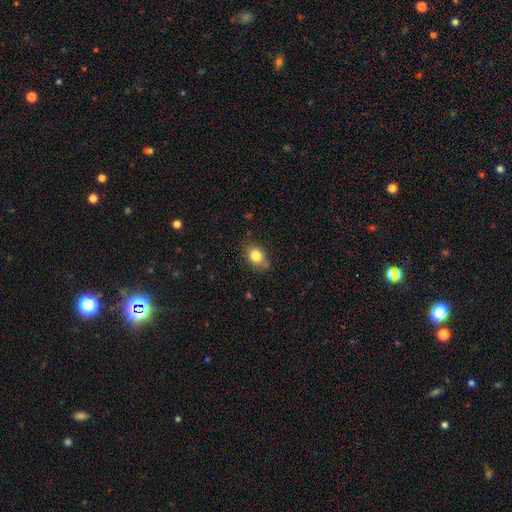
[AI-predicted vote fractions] Smooth or featured: smooth — 82% (star or artifact — 9%)
How rounded: in between — 64% (round — 34%)
Merging: none — 73% (minor disturbance — 20%)